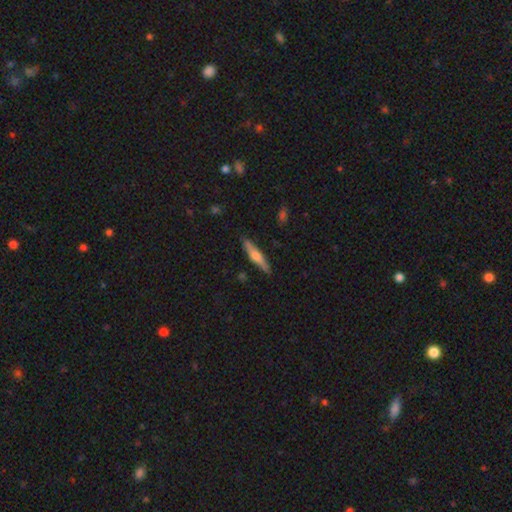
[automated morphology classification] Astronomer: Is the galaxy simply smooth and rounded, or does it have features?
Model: featured or disk — 48% (runner-up: smooth, 46%).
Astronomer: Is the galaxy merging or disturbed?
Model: none — 86%.